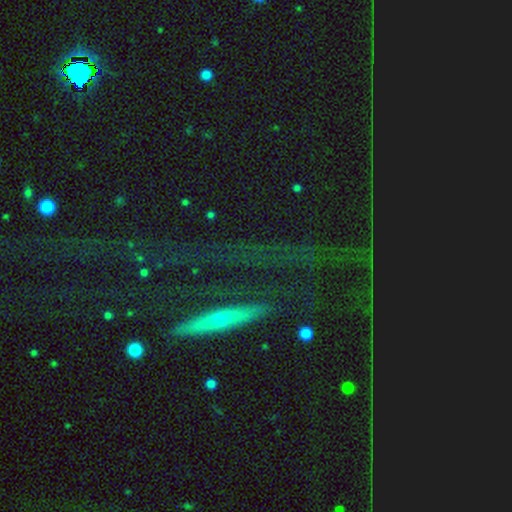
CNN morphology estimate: featured or disk 41%, star or artifact 39%, smooth 20%. Down the decision tree: merging — none (73%).